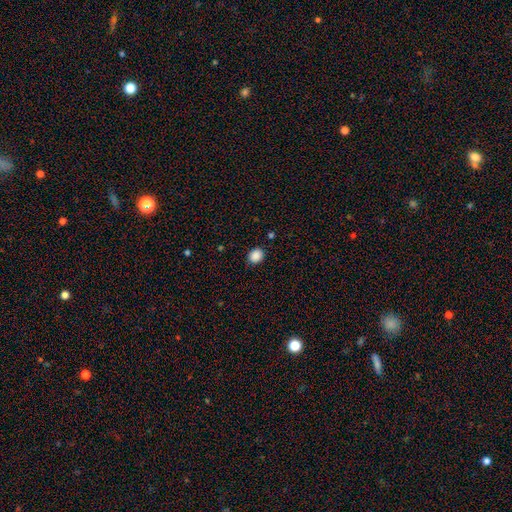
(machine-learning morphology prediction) Overall: smooth (88%). How rounded: round (61%; in between 38%). Merging: none (86%).